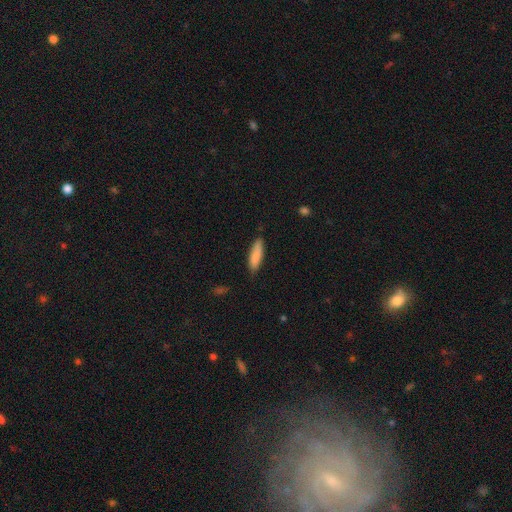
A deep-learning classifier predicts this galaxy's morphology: smooth-or-featured: smooth: 84% | featured or disk: 10% | star or artifact: 6%
  how-rounded: cigar-shaped: 59% | in between: 39% | round: 2%
  merging: none: 79% | minor disturbance: 17% | major disturbance: 3% | merger: 1%